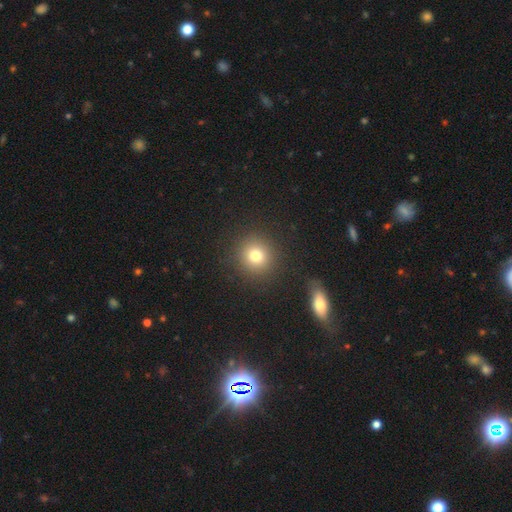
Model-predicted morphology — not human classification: type=smooth (77%); roundness=round (91%); merging=none (89%).